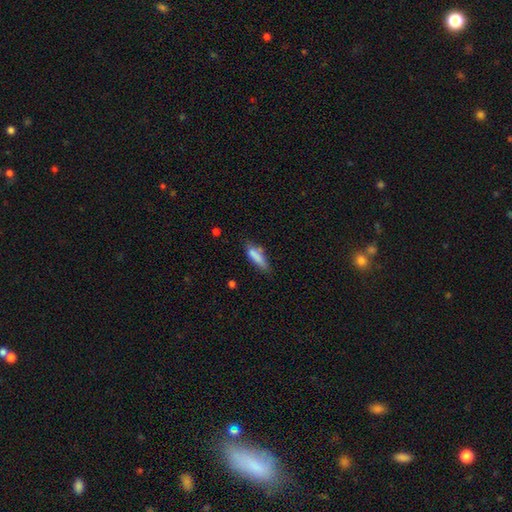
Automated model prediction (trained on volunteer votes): The model was most divided on "how rounded": cigar-shaped: 59%, in between: 39%, round: 2%. More confident: smooth or featured — smooth (80%); merging — none (56%).